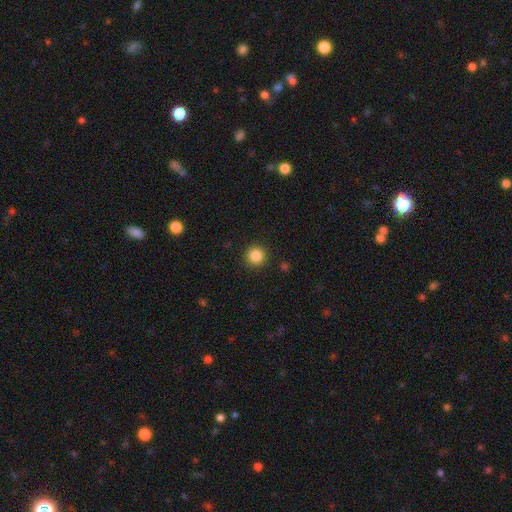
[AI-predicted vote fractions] The model was most divided on "smooth or featured": smooth: 86%, star or artifact: 10%, featured or disk: 3%. More confident: how rounded — round (94%); merging — none (91%).